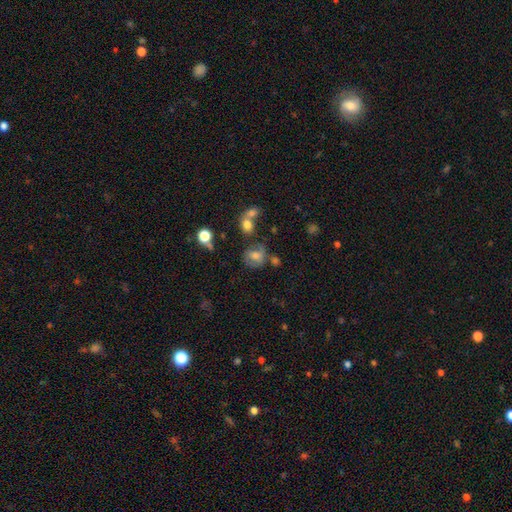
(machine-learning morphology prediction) This appears to be a smooth galaxy with no disk features (50%) that is round (67%). Merging: none (54%).